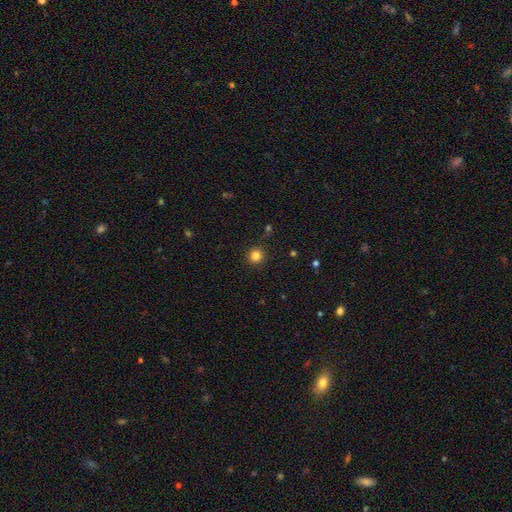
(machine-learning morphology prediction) Overall: smooth (82%). How rounded: round (94%). Merging: none (90%).